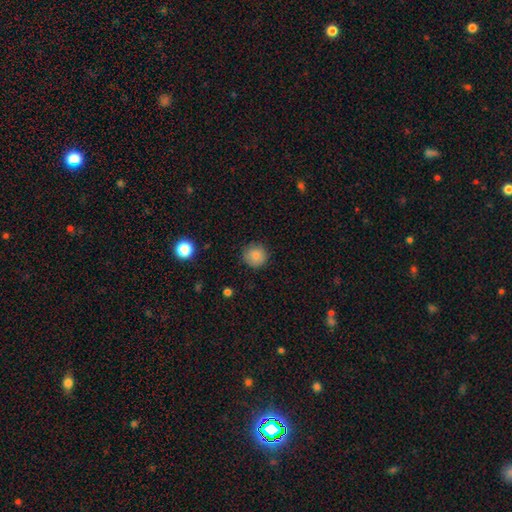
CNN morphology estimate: smooth_or_featured: smooth (p=0.83) [alt: star or artifact p=0.10]
how_rounded: round (p=0.93) [alt: in between p=0.06]
merging: none (p=0.86) [alt: minor disturbance p=0.10]